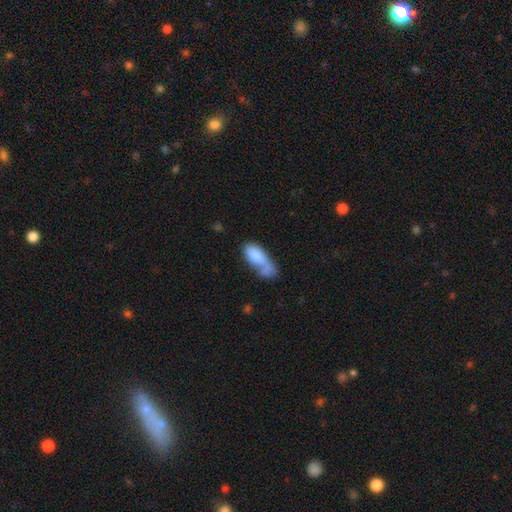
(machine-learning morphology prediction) smooth-or-featured: smooth: 70% | featured or disk: 23% | star or artifact: 7%
  how-rounded: in between: 75% | cigar-shaped: 20% | round: 5%
  merging: merger: 35% | none: 26% | major disturbance: 21% | minor disturbance: 18%